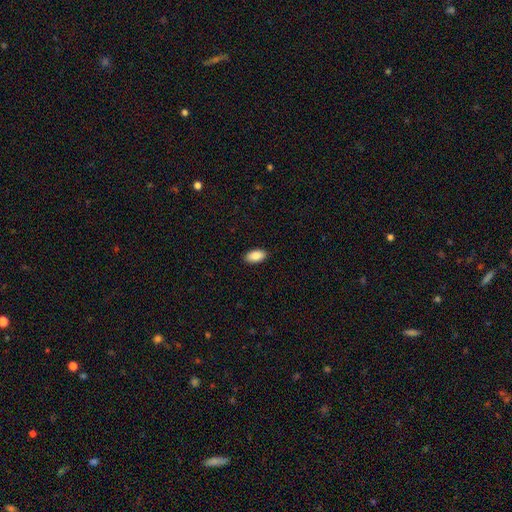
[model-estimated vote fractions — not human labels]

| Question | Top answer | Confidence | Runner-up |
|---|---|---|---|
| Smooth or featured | smooth | 88% | star or artifact (7%) |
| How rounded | in between | 94% | cigar-shaped (4%) |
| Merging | none | 90% | minor disturbance (7%) |